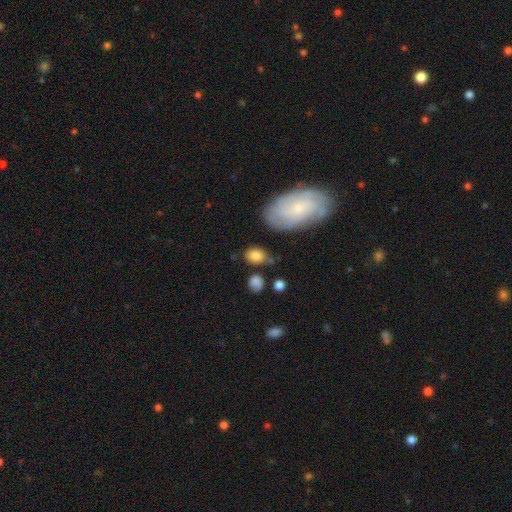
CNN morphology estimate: Smooth or featured? smooth (81%)
How rounded? in between (74%)
Merging? none (66%)